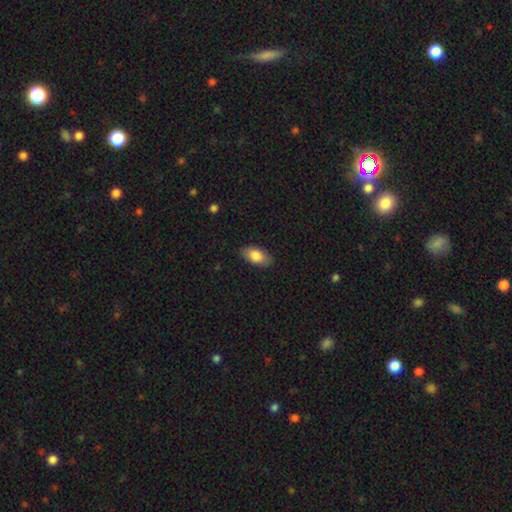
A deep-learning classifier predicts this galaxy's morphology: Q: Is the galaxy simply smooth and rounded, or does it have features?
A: smooth — 83%.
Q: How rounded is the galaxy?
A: in between — 93%.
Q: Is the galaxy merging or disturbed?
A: none — 86%.